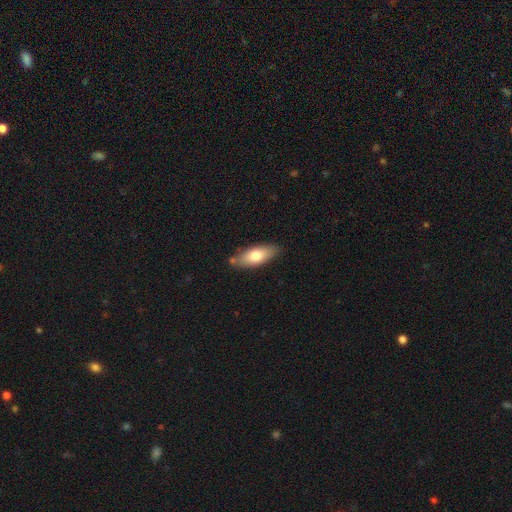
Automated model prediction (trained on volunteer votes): A smooth galaxy with no disk features (73%) that is in between round and cigar-shaped (77%). Merging: none (79%).